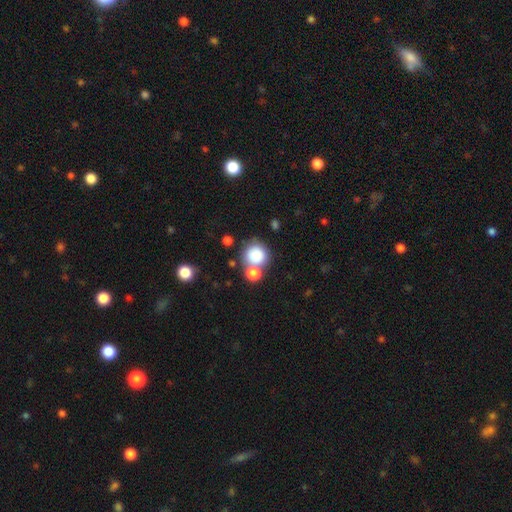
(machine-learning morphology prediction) Smooth or featured: smooth — 82% (star or artifact — 10%)
How rounded: round — 88% (in between — 11%)
Merging: none — 52% (merger — 33%)